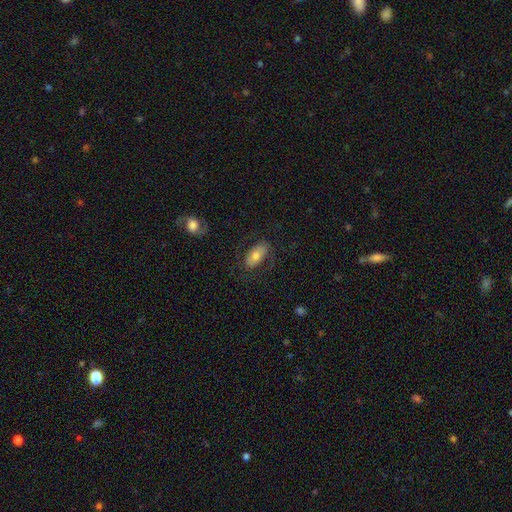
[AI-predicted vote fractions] smooth 61%, featured or disk 31%, star or artifact 7%. Down the decision tree: how rounded — in between (92%); merging — none (72%).